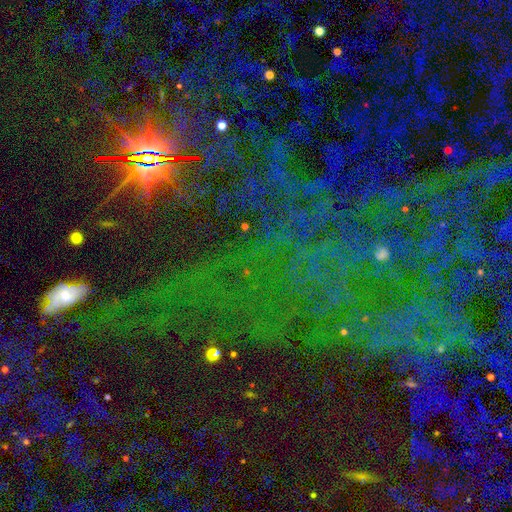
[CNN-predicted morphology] This is likely a star or artifact rather than a galaxy (80%).